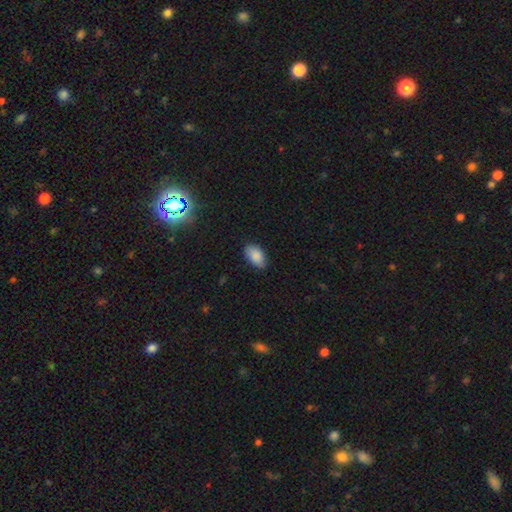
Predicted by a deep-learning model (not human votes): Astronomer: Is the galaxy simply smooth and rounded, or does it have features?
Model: smooth — 88%.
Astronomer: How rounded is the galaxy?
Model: in between — 94%.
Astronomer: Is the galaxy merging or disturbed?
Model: none — 84%.